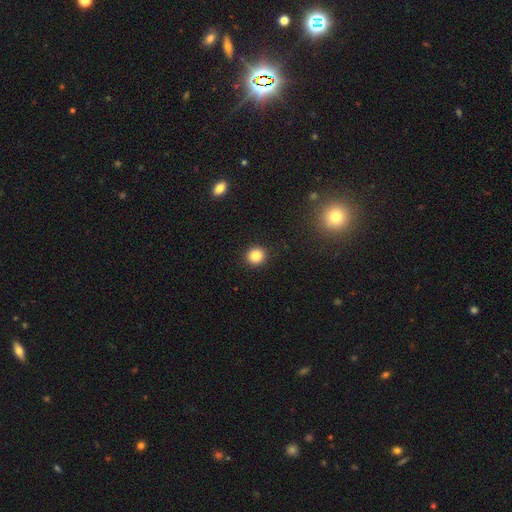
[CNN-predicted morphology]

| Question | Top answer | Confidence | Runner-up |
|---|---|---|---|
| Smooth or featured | smooth | 84% | star or artifact (11%) |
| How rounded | round | 89% | in between (10%) |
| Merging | none | 92% | minor disturbance (5%) |